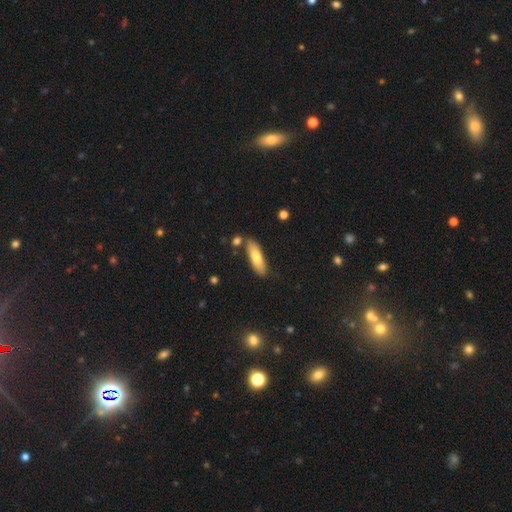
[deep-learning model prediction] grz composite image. It shows a smooth galaxy with no disk features (75%) that is cigar-shaped (56%). Merging: none (79%).